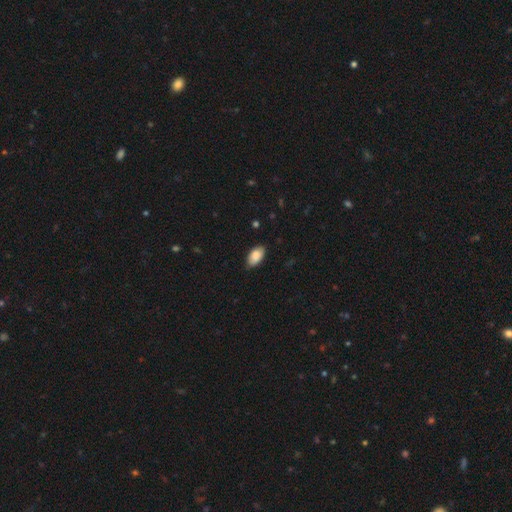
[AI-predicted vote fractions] smooth 88%, star or artifact 6%, featured or disk 6%. Down the decision tree: how rounded — in between (95%); merging — none (83%).